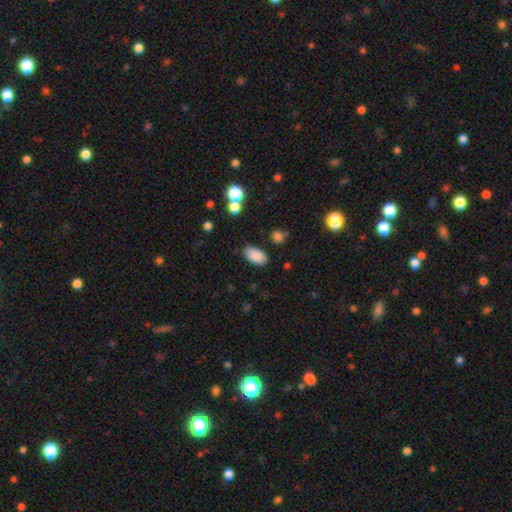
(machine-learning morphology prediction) Smooth or featured? Predicted: smooth (p=0.87). How rounded? Predicted: in between (p=0.93). Merging? Predicted: none (p=0.81).